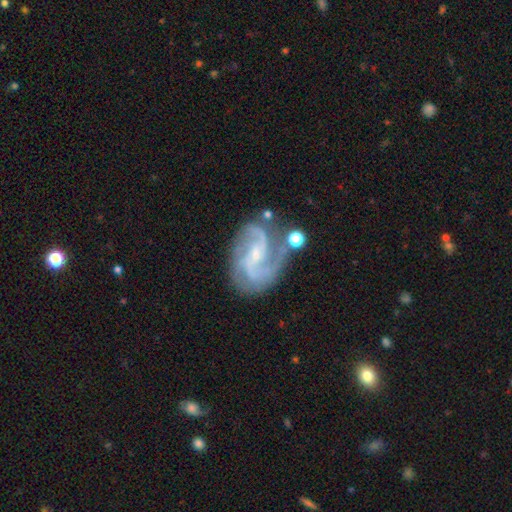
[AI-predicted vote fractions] smooth_or_featured: featured or disk (p=0.89) [alt: star or artifact p=0.06]
disk_edge_on: no (p=0.98) [alt: yes p=0.02]
bar: weak (p=0.42) [alt: no p=0.40]
has_spiral_arms: yes (p=0.98) [alt: no p=0.02]
spiral_winding: medium (p=0.54) [alt: tight p=0.24]
spiral_arm_count: 2 (p=0.53) [alt: 3 p=0.25]
bulge_size: small (p=0.77) [alt: moderate p=0.17]
merging: none (p=0.62) [alt: minor disturbance p=0.20]